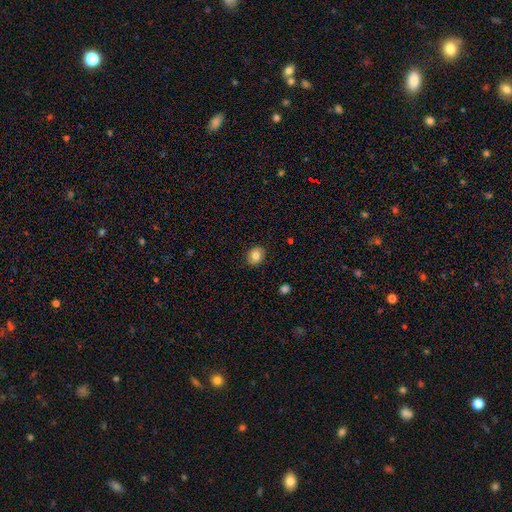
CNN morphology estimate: Smooth or featured? Predicted: smooth (p=0.80). How rounded? Predicted: round (p=0.55). Merging? Predicted: none (p=0.88).